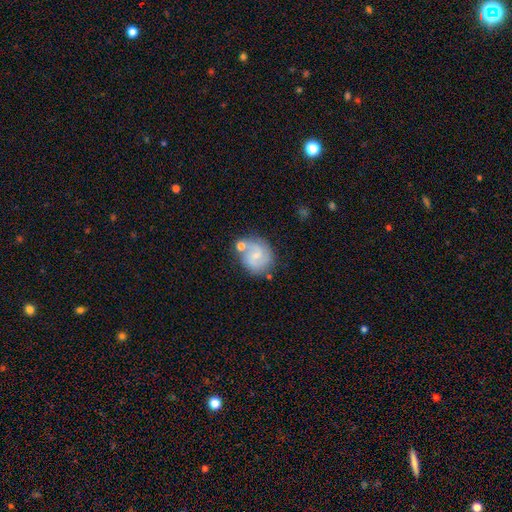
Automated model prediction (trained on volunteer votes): Smooth or featured: featured or disk — 63% (smooth — 29%)
Edge-on disk: no — 98% (yes — 2%)
Bar: weak — 47% (no — 45%)
Spiral arms: yes — 90% (no — 10%)
Spiral winding: medium — 47% (tight — 32%)
Spiral arm count: 2 — 73% (can't tell — 12%)
Bulge size: small — 66% (moderate — 23%)
Merging: none — 63% (minor disturbance — 17%)